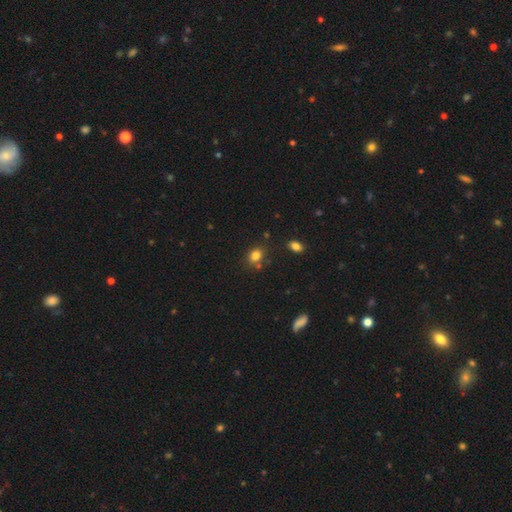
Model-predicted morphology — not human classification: Smooth or featured: smooth — 81% (star or artifact — 13%)
How rounded: round — 52% (in between — 47%)
Merging: none — 74% (minor disturbance — 13%)